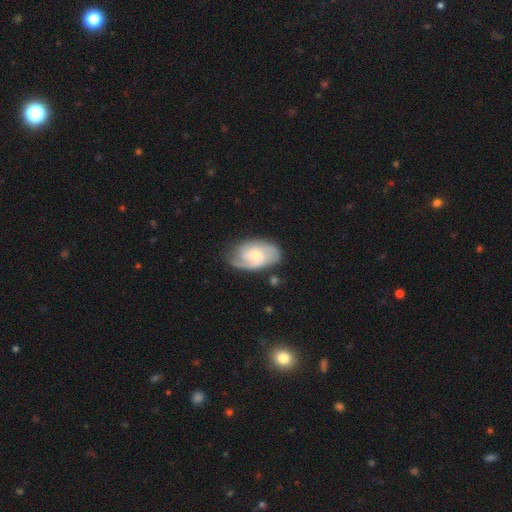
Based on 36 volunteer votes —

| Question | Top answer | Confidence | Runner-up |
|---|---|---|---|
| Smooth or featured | featured or disk | 75% | smooth (22%) |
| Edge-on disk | no | 100% | — |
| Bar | no | 67% | weak (30%) |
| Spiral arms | yes | 96% | no (4%) |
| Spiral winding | medium | 73% | tight (27%) |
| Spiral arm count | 2 | 42% | 3 (27%) |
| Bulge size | moderate | 63% | small (26%) |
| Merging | none | 74% | minor disturbance (14%) |